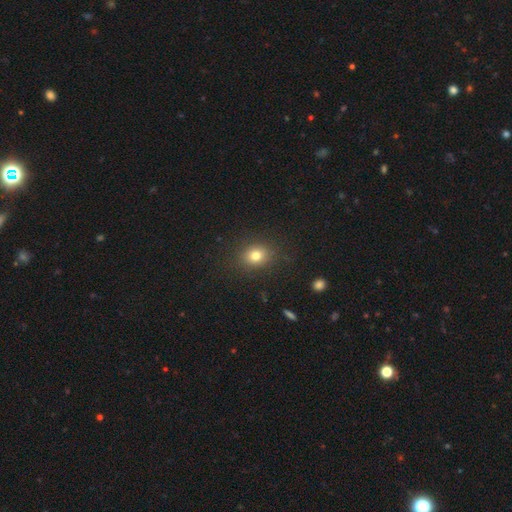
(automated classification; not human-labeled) A smooth galaxy with no disk features (78%) that is round (65%).

Vote fractions:
- Smooth or featured? smooth: 78% / star or artifact: 14% / featured or disk: 9%
- How rounded? round: 65% / in between: 34% / cigar-shaped: 1%
- Merging? none: 86% / minor disturbance: 9% / major disturbance: 4% / merger: 1%